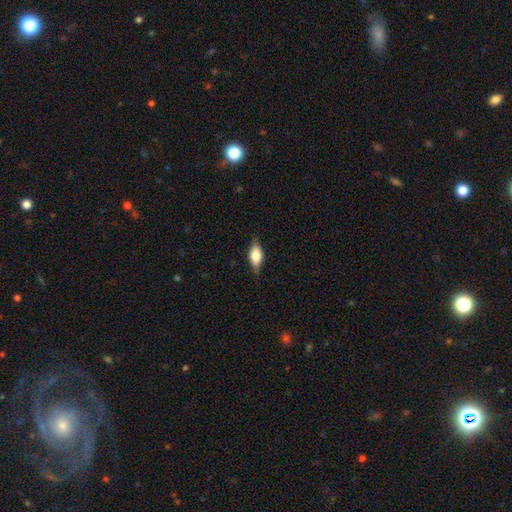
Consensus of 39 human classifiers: smooth_or_featured: smooth (p=0.62) [alt: featured or disk p=0.36]
how_rounded: in between (p=0.71) [alt: cigar-shaped p=0.25]
merging: none (p=0.71) [alt: minor disturbance p=0.26]